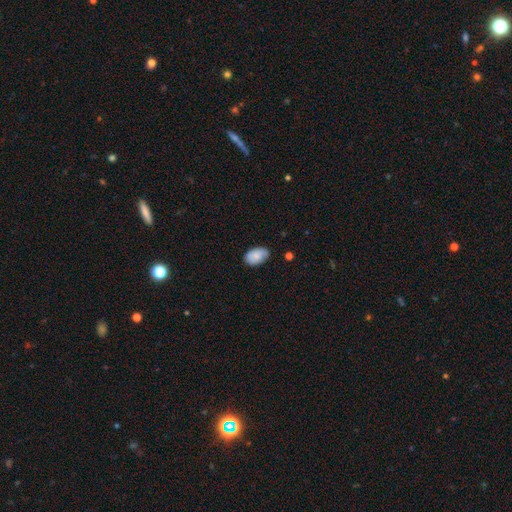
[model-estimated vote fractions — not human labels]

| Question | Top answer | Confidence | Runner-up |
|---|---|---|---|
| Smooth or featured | smooth | 81% | featured or disk (12%) |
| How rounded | in between | 93% | round (6%) |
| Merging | none | 75% | minor disturbance (20%) |